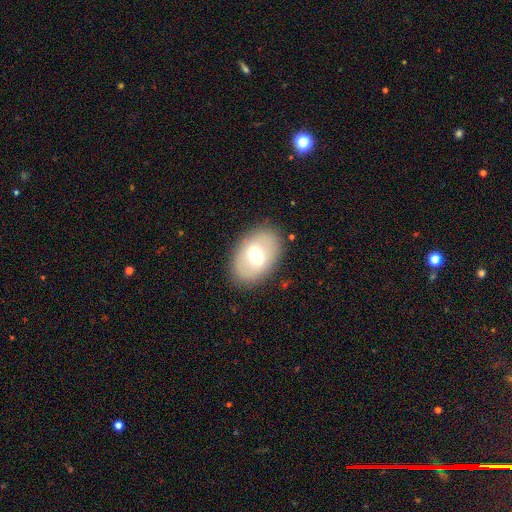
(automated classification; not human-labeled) smooth 46% (tied), featured or disk 46% (tied), star or artifact 8%. Down the decision tree: merging — none (83%).